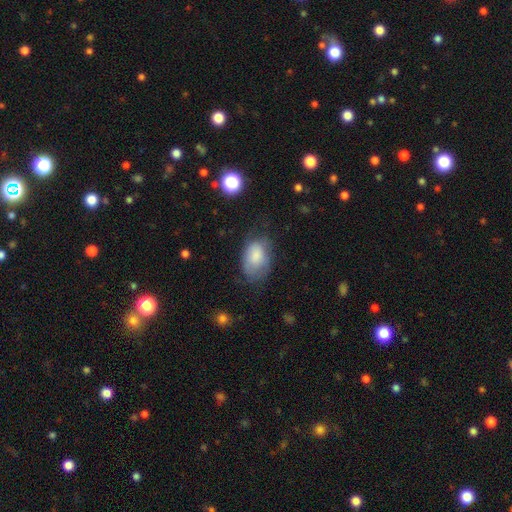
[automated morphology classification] smooth-or-featured: smooth: 76% | featured or disk: 16% | star or artifact: 8%
  how-rounded: in between: 87% | round: 11% | cigar-shaped: 1%
  merging: none: 49% | minor disturbance: 31% | major disturbance: 18% | merger: 2%